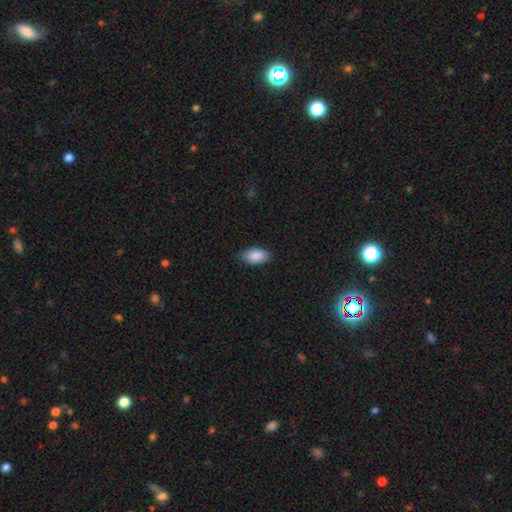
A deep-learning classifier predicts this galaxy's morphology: smooth-or-featured: smooth: 89% | star or artifact: 6% | featured or disk: 5%
  how-rounded: in between: 94% | round: 3% | cigar-shaped: 3%
  merging: none: 84% | minor disturbance: 13% | major disturbance: 2% | merger: 1%